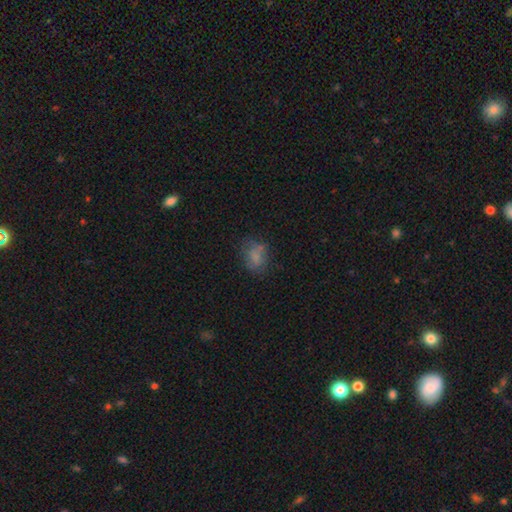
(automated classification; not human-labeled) Smooth or featured? Predicted: smooth (p=0.72). How rounded? Predicted: in between (p=0.64). Merging? Predicted: none (p=0.61).